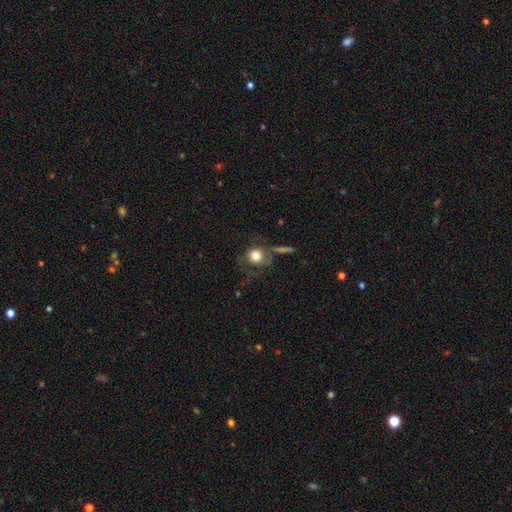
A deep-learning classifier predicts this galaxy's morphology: A smooth galaxy with no disk features (72%) that is round (80%).

Vote fractions:
- Smooth or featured? smooth: 72% / featured or disk: 19% / star or artifact: 9%
- How rounded? round: 80% / in between: 18% / cigar-shaped: 2%
- Merging? none: 52% / major disturbance: 19% / minor disturbance: 19% / merger: 9%